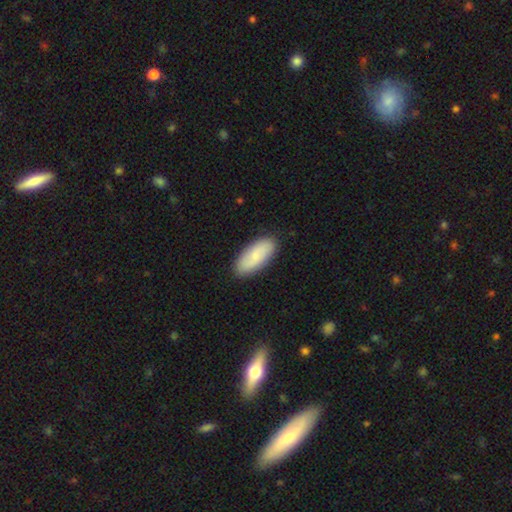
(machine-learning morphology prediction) This is likely a smooth galaxy (73%). How rounded: clearly in between (85%). Merging: clearly none (88%).